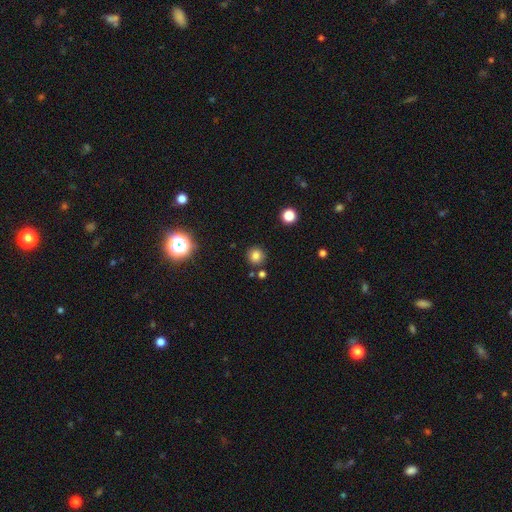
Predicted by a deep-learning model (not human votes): The model was most divided on "smooth or featured": smooth: 79%, star or artifact: 15%, featured or disk: 6%. More confident: how rounded — round (92%); merging — none (85%).